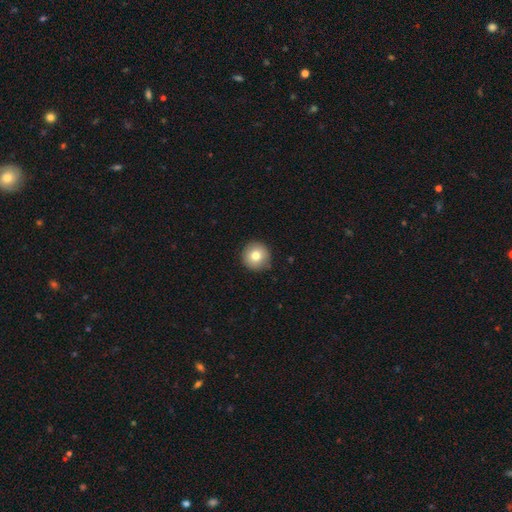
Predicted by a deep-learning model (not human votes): smooth-or-featured: smooth: 78% | featured or disk: 12% | star or artifact: 9%
  how-rounded: round: 96% | in between: 3% | cigar-shaped: 1%
  merging: none: 91% | minor disturbance: 6% | major disturbance: 2% | merger: 1%